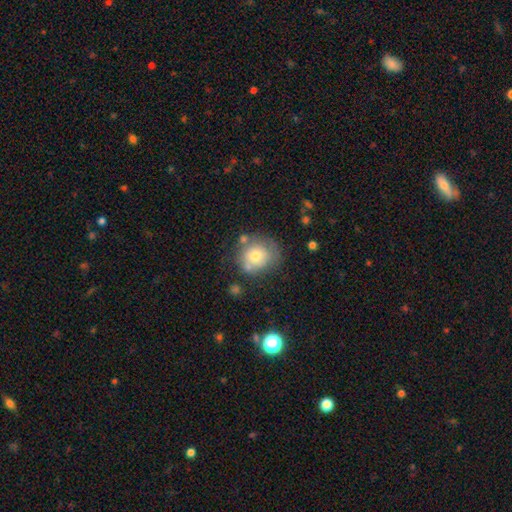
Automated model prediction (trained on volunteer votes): smooth-or-featured: smooth: 68% | featured or disk: 23% | star or artifact: 9%
  how-rounded: round: 81% | in between: 18% | cigar-shaped: 1%
  merging: none: 58% | minor disturbance: 23% | merger: 10% | major disturbance: 9%